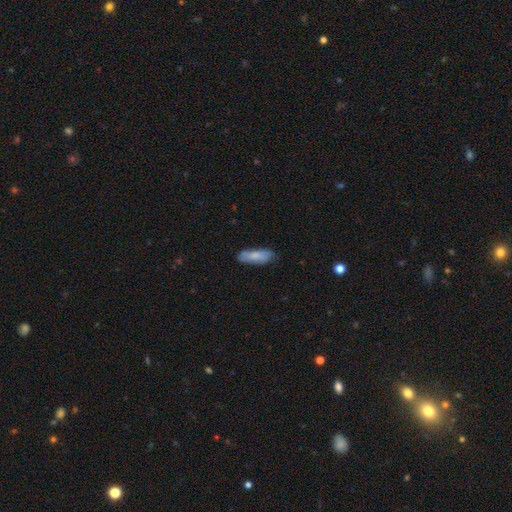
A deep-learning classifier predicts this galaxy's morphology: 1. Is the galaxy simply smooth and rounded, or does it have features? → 77% smooth, 17% featured or disk, 6% star or artifact.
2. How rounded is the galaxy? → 53% in between, 45% cigar-shaped, 2% round.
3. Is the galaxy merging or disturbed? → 75% none, 20% minor disturbance, 4% major disturbance, 2% merger.